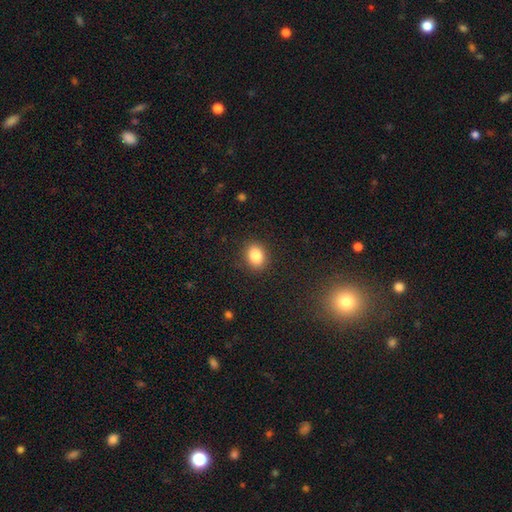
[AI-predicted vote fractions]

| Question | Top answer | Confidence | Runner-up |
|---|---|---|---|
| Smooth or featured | smooth | 85% | star or artifact (9%) |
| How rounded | in between | 57% | round (42%) |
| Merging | none | 88% | minor disturbance (8%) |